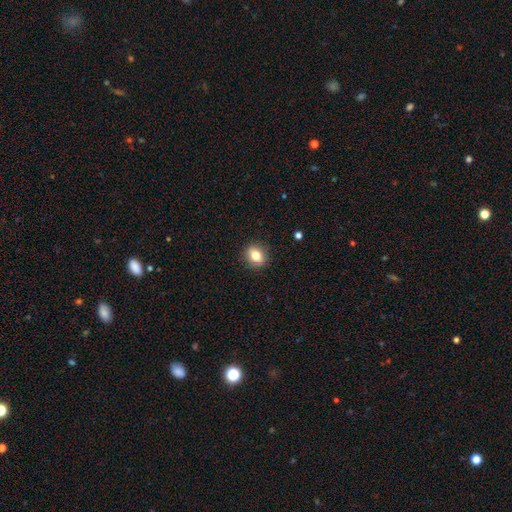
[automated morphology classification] Smooth or featured: smooth — 79% (featured or disk — 12%)
How rounded: round — 51% (in between — 48%)
Merging: none — 89% (minor disturbance — 8%)